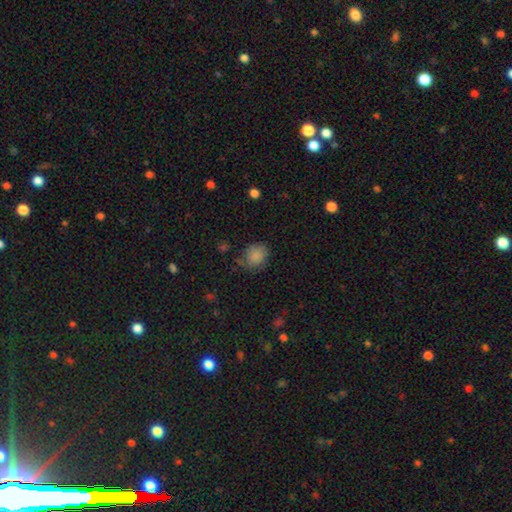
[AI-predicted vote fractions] A smooth galaxy with no disk features (85%) that is round (57%). Merging: none (73%).